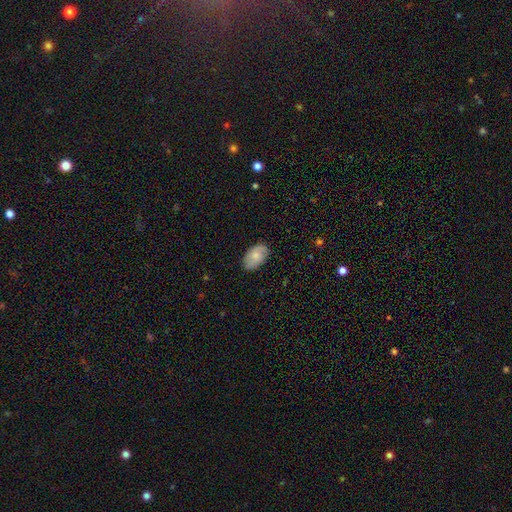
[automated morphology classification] Smooth or featured: smooth — 68% (featured or disk — 26%)
How rounded: in between — 91% (round — 7%)
Merging: none — 79% (minor disturbance — 17%)